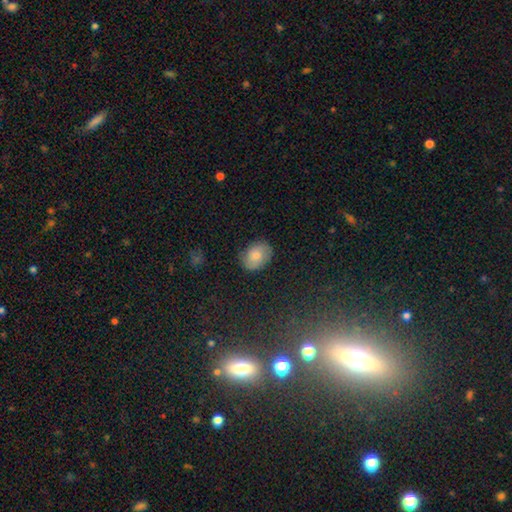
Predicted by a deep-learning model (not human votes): The model was most divided on "how rounded": in between: 64%, round: 35%, cigar-shaped: 1%. More confident: merging — none (76%); smooth or featured — smooth (66%).